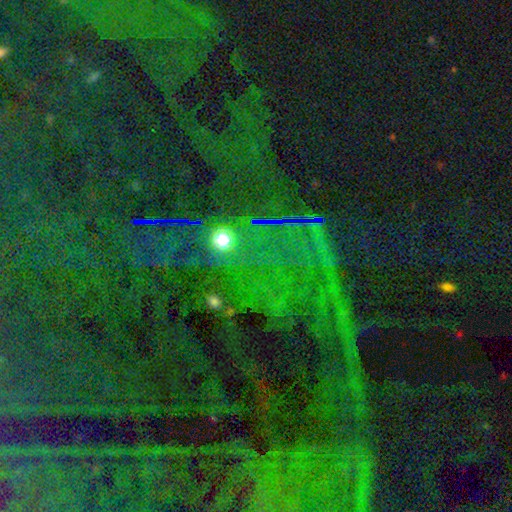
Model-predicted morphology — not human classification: A star or artifact, not a galaxy (84%).